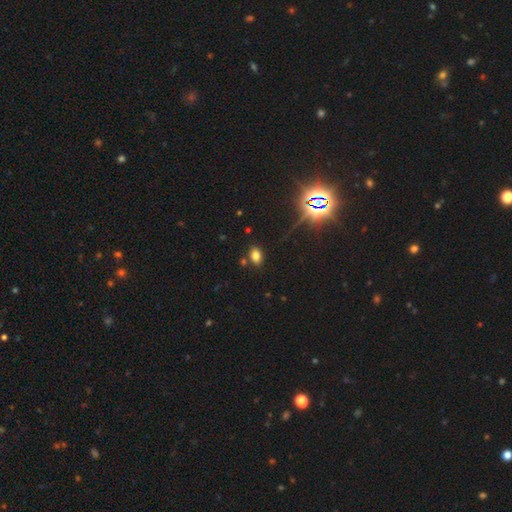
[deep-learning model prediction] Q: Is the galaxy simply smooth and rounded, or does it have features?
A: smooth — 75%.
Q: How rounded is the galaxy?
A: in between — 83%.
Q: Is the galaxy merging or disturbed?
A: none — 81%.